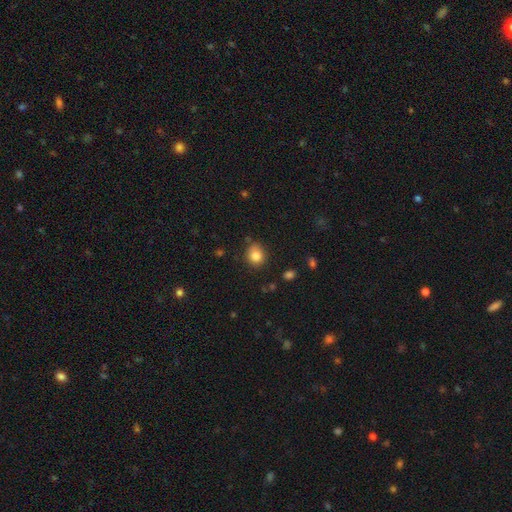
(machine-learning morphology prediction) smooth_or_featured: smooth (p=0.83) [alt: star or artifact p=0.11]
how_rounded: round (p=0.79) [alt: in between p=0.21]
merging: none (p=0.78) [alt: minor disturbance p=0.15]